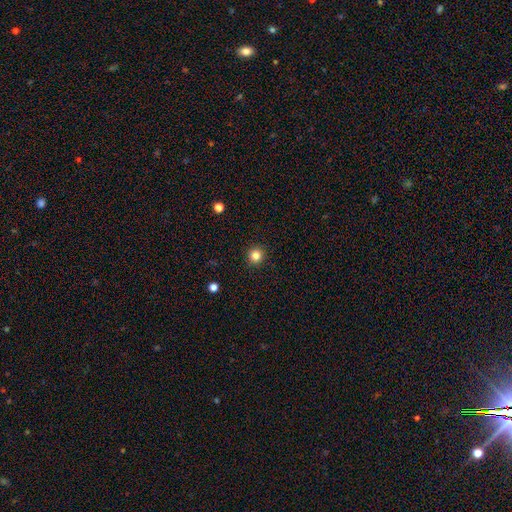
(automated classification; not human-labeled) Smooth or featured: smooth — 83% (star or artifact — 12%)
How rounded: round — 95% (in between — 4%)
Merging: none — 93% (minor disturbance — 4%)